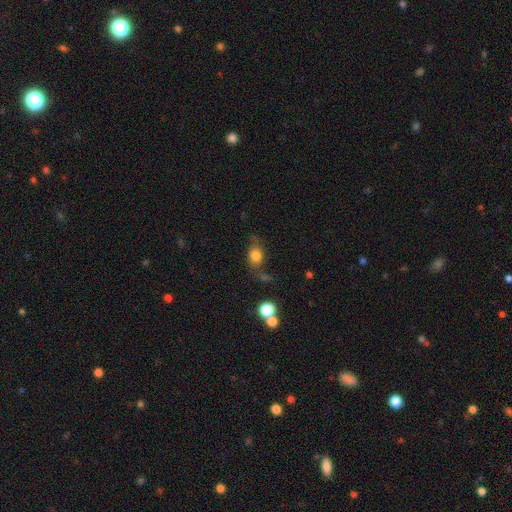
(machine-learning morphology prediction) A smooth galaxy with no disk features (76%) that is in between round and cigar-shaped (57%).

Vote fractions:
- Smooth or featured? smooth: 76% / featured or disk: 13% / star or artifact: 11%
- How rounded? in between: 57% / round: 41% / cigar-shaped: 2%
- Merging? none: 58% / minor disturbance: 23% / major disturbance: 11% / merger: 9%